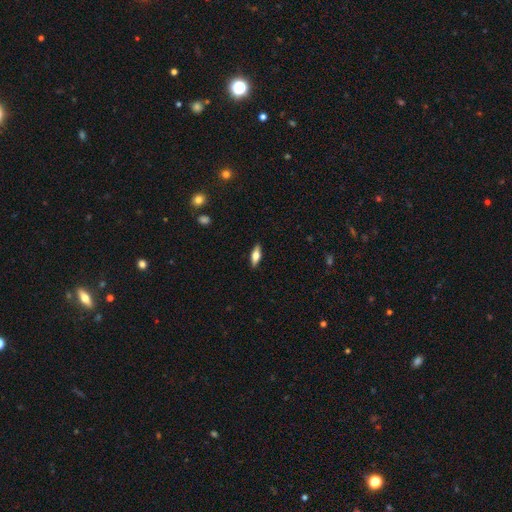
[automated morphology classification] Smooth or featured? smooth (57%)
How rounded? in between (63%)
Merging? none (89%)